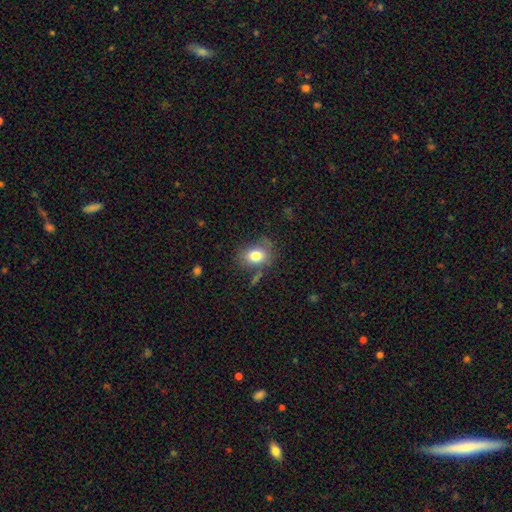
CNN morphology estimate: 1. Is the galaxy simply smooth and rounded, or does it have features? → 78% smooth, 12% featured or disk, 10% star or artifact.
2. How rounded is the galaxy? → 63% in between, 36% round, 1% cigar-shaped.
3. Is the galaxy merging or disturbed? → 67% none, 20% minor disturbance, 8% major disturbance, 6% merger.